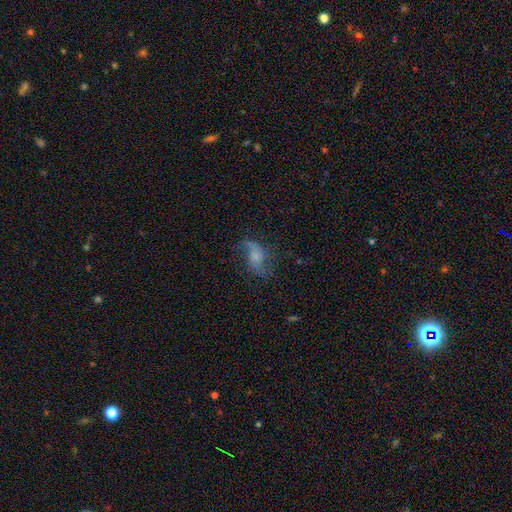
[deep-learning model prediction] Overall: featured or disk (60%; smooth 29%). Edge-on disk: no (96%). Bar: no (62%; weak 31%). Spiral arms: yes (85%). Bulge size: none (29%; moderate 27%). Merging: none (53%; major disturbance 23%).